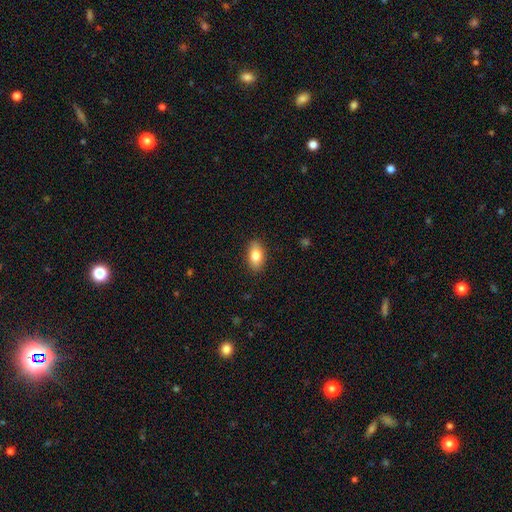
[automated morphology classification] Smooth or featured? smooth (82%)
How rounded? in between (90%)
Merging? none (88%)